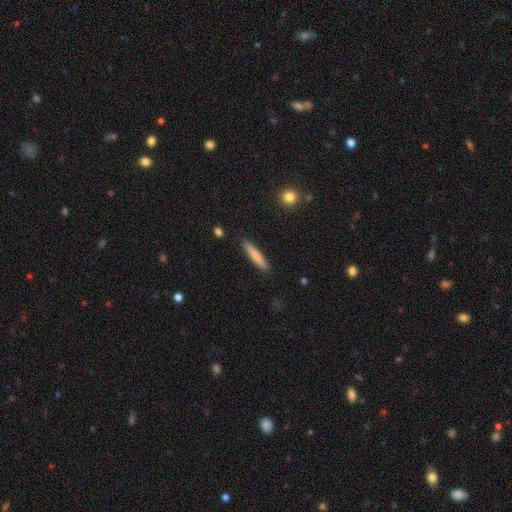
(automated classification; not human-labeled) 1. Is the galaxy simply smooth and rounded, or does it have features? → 79% smooth, 15% featured or disk, 6% star or artifact.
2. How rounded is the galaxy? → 92% cigar-shaped, 7% in between, 1% round.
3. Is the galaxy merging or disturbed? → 90% none, 7% minor disturbance, 2% major disturbance, 1% merger.